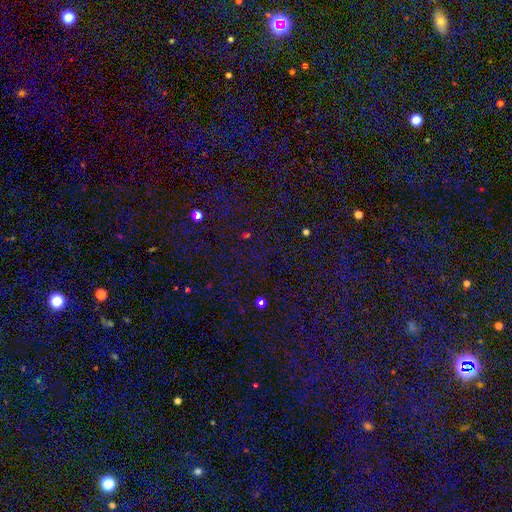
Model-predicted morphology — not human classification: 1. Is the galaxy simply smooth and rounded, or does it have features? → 74% star or artifact, 18% smooth, 8% featured or disk.